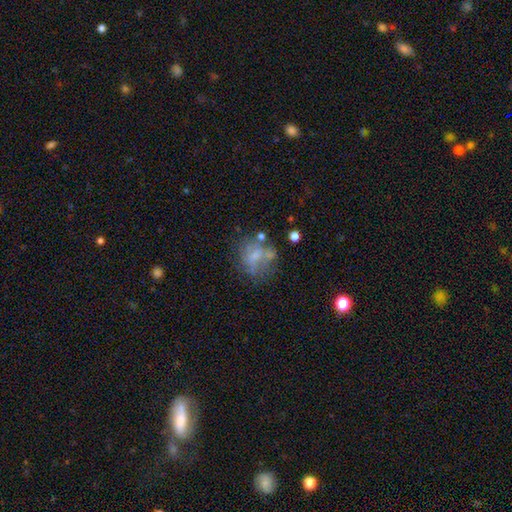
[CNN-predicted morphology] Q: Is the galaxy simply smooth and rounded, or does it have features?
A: featured or disk — 43%, tied with smooth.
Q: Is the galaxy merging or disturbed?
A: none — 40%.